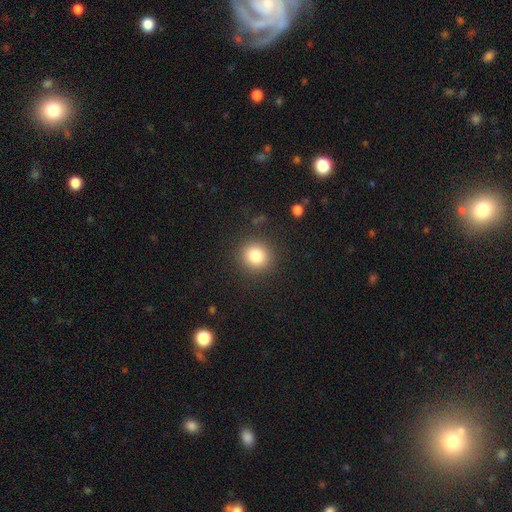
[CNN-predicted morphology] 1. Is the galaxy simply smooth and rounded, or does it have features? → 82% smooth, 11% star or artifact, 7% featured or disk.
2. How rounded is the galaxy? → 88% round, 11% in between, 1% cigar-shaped.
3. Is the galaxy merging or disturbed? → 89% none, 7% minor disturbance, 3% major disturbance, 1% merger.